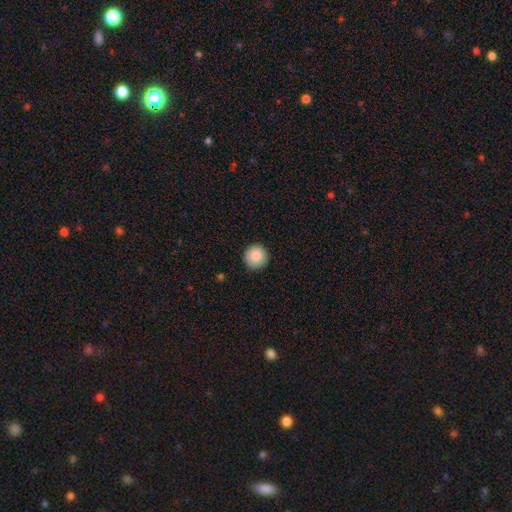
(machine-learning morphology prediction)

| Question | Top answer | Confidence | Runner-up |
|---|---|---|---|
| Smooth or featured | smooth | 86% | star or artifact (8%) |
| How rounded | round | 96% | in between (3%) |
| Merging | none | 91% | minor disturbance (7%) |